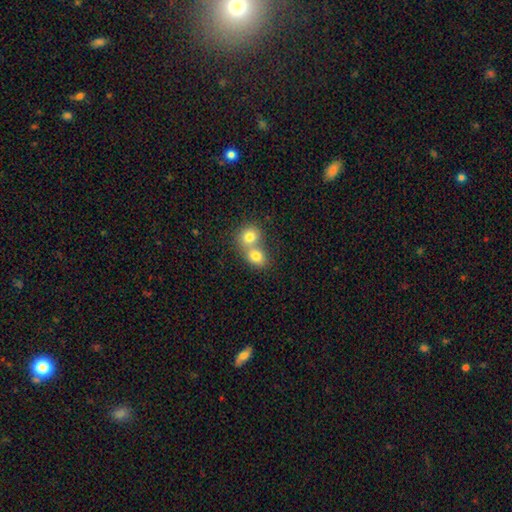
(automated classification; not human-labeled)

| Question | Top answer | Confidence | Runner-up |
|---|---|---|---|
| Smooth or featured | smooth | 77% | featured or disk (13%) |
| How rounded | round | 59% | in between (40%) |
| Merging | merger | 65% | none (28%) |